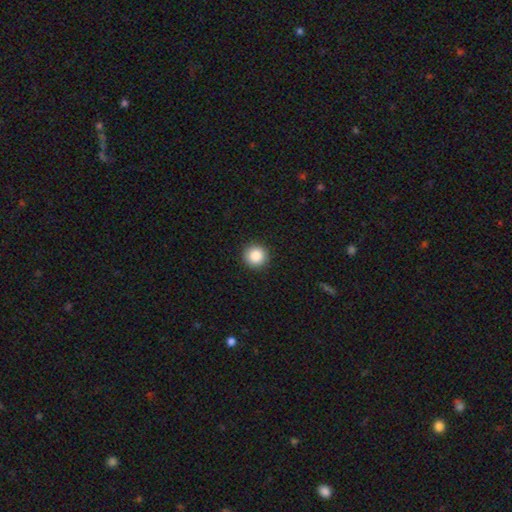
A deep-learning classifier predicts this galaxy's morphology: smooth 88%, star or artifact 9%, featured or disk 3%. Down the decision tree: how rounded — round (96%); merging — none (92%).